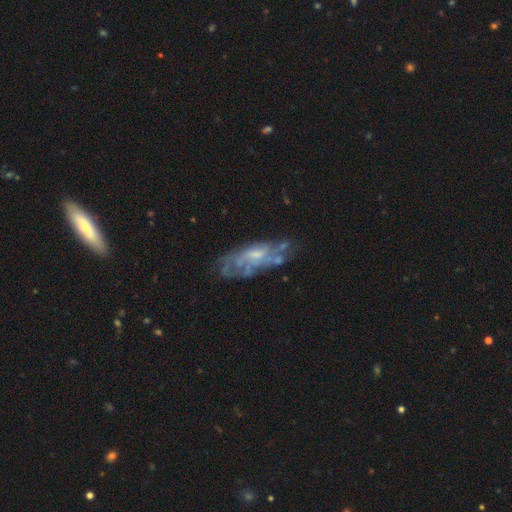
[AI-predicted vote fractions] smooth_or_featured: featured or disk (p=0.71) [alt: smooth p=0.22]
disk_edge_on: no (p=0.87) [alt: yes p=0.13]
bar: no (p=0.69) [alt: weak p=0.27]
has_spiral_arms: yes (p=0.60) [alt: no p=0.40]
bulge_size: small (p=0.45) [alt: moderate p=0.38]
merging: none (p=0.57) [alt: minor disturbance p=0.24]